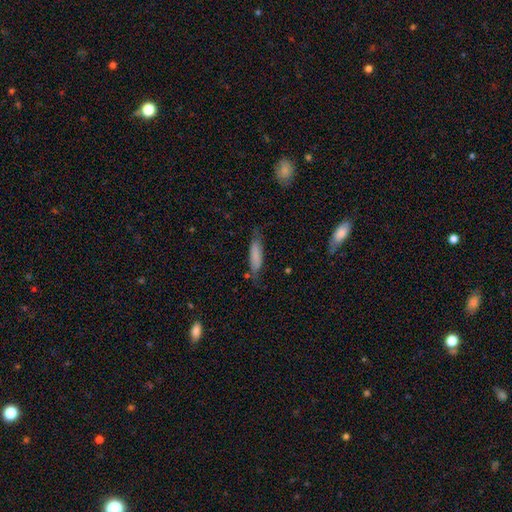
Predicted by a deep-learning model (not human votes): Morphology: type=smooth (77%); roundness=cigar-shaped (70%); merging=none (68%).